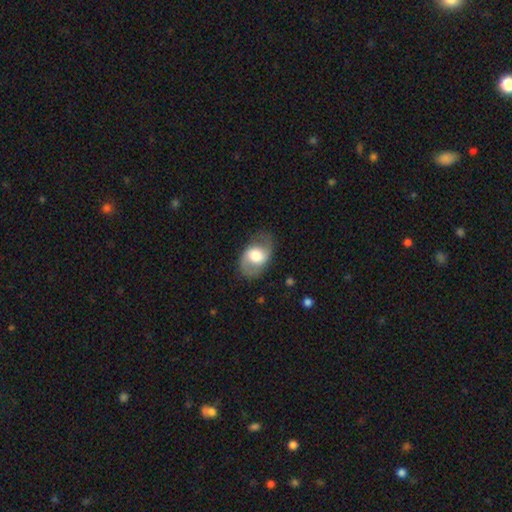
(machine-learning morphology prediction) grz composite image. It shows a featured or disk galaxy (50%). Merging: none (71%).